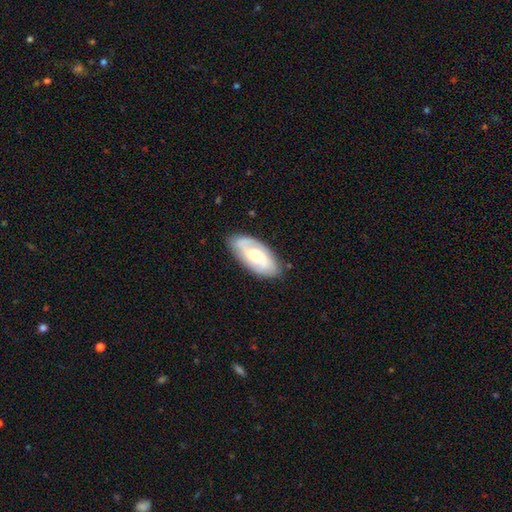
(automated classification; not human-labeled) The model was most divided on "spiral winding": tight: 47%, medium: 40%, loose: 14%. More confident: edge-on disk — no (93%); spiral arms — yes (88%); merging — none (82%); spiral arm count — 2 (69%); smooth or featured — featured or disk (67%); bar — no (61%); bulge size — moderate (57%).